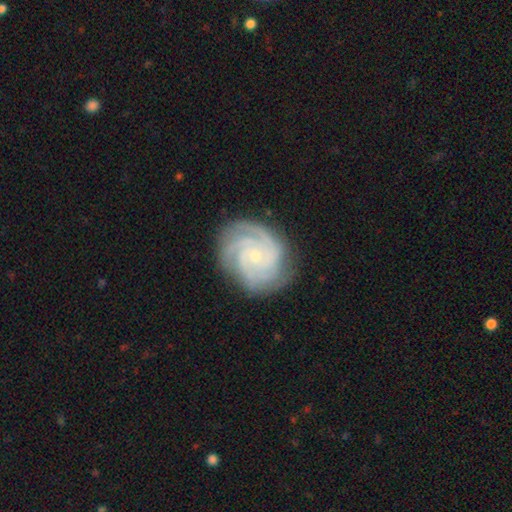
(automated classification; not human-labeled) Smooth or featured?
  - featured or disk: 90% *
  - star or artifact: 5%
  - smooth: 5%
Edge-on disk?
  - no: 98% *
  - yes: 2%
Bar?
  - no: 76% *
  - weak: 20%
  - strong: 5%
Spiral arms?
  - yes: 98% *
  - no: 2%
Spiral winding?
  - tight: 75% *
  - medium: 22%
  - loose: 3%
Spiral arm count?
  - 3: 40% *
  - 4: 31%
  - can't tell: 10%
  - 2: 8%
  - more than 4: 6%
  - 1: 5%
Bulge size?
  - small: 77% *
  - moderate: 19%
  - none: 2%
  - large: 1%
  - dominant: 1%
Merging?
  - none: 81% *
  - minor disturbance: 14%
  - major disturbance: 4%
  - merger: 1%